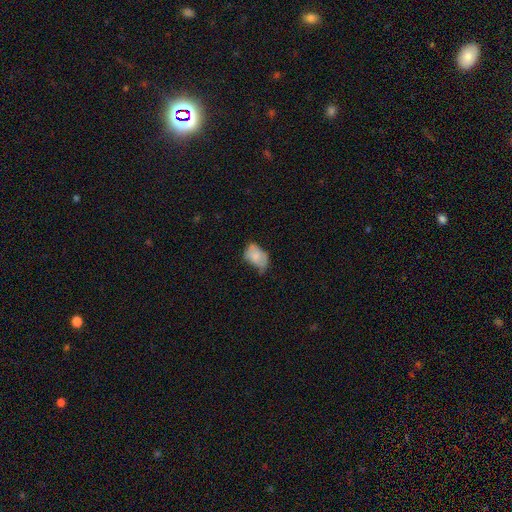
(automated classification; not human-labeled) smooth_or_featured: smooth (p=0.71) [alt: featured or disk p=0.21]
how_rounded: in between (p=0.86) [alt: round p=0.13]
merging: minor disturbance (p=0.44) [alt: none p=0.30]